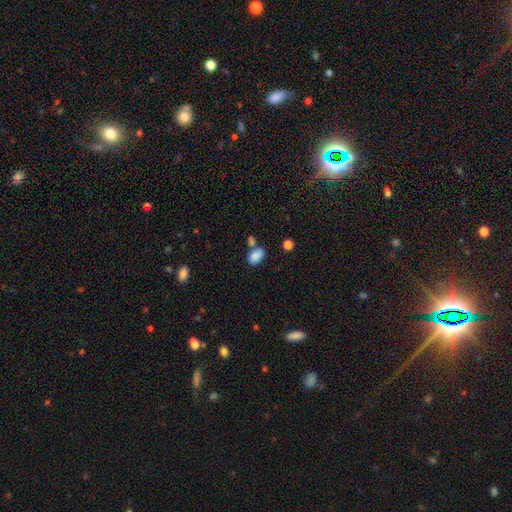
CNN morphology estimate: Smooth or featured: smooth — 86% (star or artifact — 8%)
How rounded: in between — 90% (round — 8%)
Merging: none — 57% (merger — 23%)